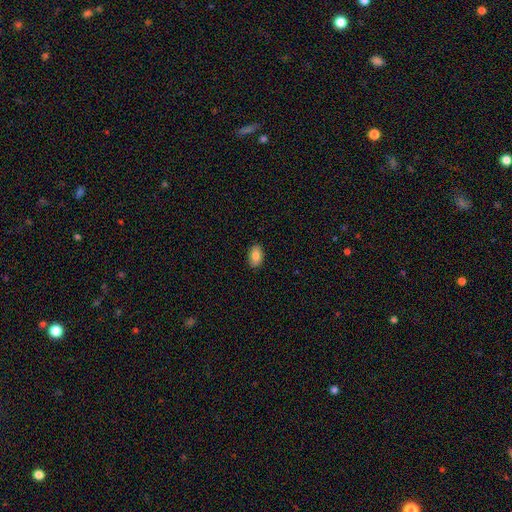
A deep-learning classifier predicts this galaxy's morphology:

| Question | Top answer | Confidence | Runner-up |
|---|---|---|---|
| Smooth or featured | smooth | 85% | star or artifact (7%) |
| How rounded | in between | 90% | round (8%) |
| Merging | none | 88% | minor disturbance (9%) |